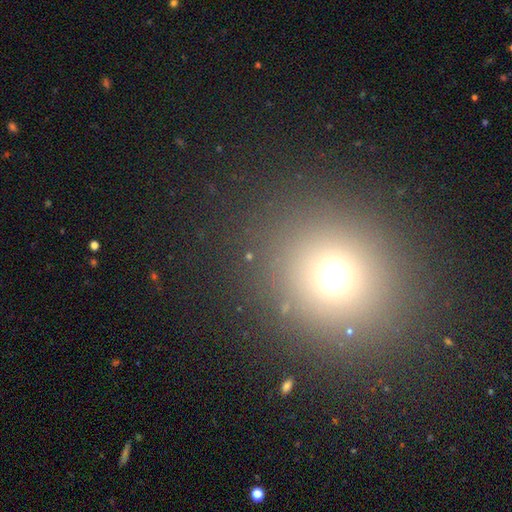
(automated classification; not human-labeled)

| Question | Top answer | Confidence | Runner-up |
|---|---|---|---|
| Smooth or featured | smooth | 64% | star or artifact (28%) |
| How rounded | round | 84% | in between (15%) |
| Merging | none | 89% | minor disturbance (6%) |